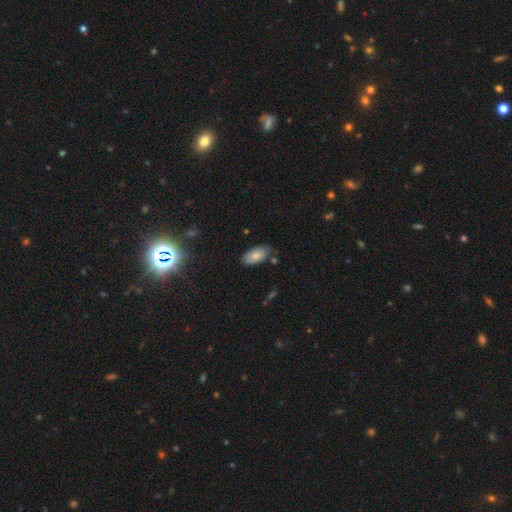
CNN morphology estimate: smooth_or_featured: smooth (p=0.77) [alt: featured or disk p=0.16]
how_rounded: in between (p=0.93) [alt: cigar-shaped p=0.04]
merging: none (p=0.68) [alt: minor disturbance p=0.23]